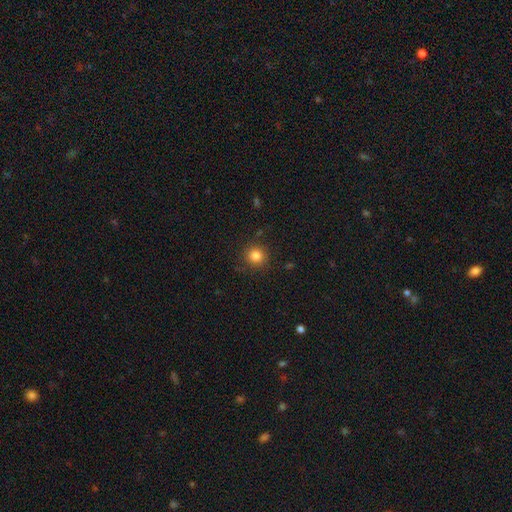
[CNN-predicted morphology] Smooth or featured? Predicted: smooth (p=0.83). How rounded? Predicted: round (p=0.92). Merging? Predicted: none (p=0.87).